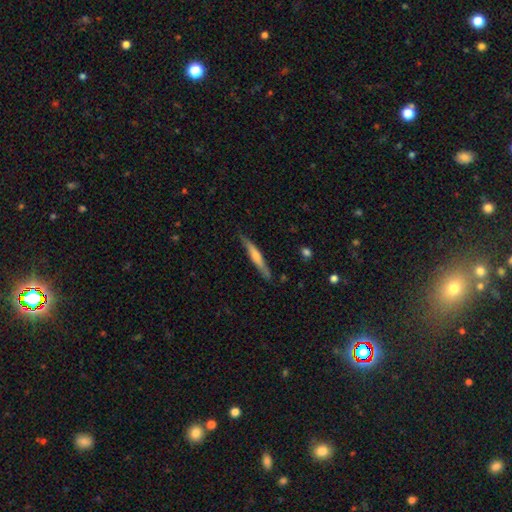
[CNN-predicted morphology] Q: Smooth or featured?
A: featured or disk (57%); runner-up: smooth (37%)
Q: Edge-on disk?
A: yes (96%); runner-up: no (4%)
Q: Edge-on bulge?
A: rounded (59%); runner-up: none (28%)
Q: Merging?
A: none (85%); runner-up: minor disturbance (12%)